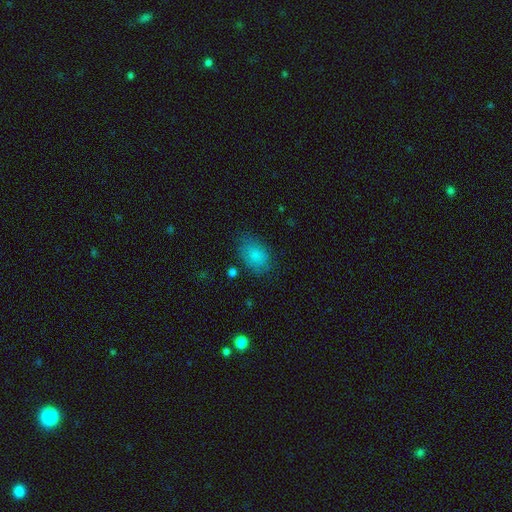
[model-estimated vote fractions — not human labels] Smooth or featured? Predicted: smooth (p=0.83). How rounded? Predicted: in between (p=0.84). Merging? Predicted: none (p=0.73).